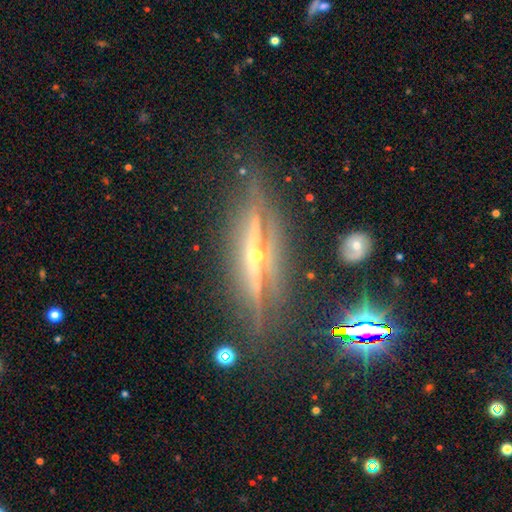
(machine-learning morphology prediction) Overall: featured or disk (80%). Edge-on disk: yes (94%). Edge-on bulge: rounded (82%). Merging: none (78%).